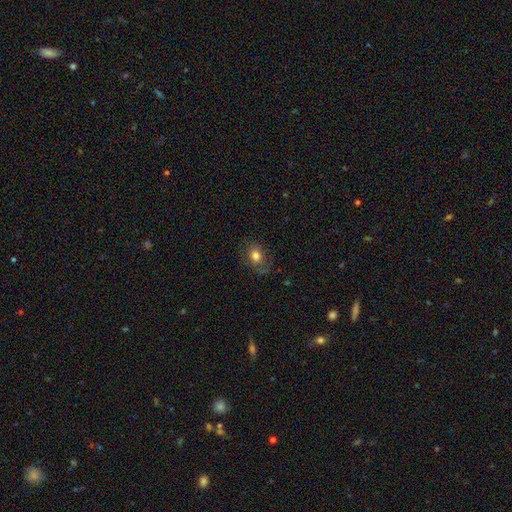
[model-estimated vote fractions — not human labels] This appears to be a smooth galaxy with no disk features (76%) that is in between round and cigar-shaped (53%). Merging: none (71%).